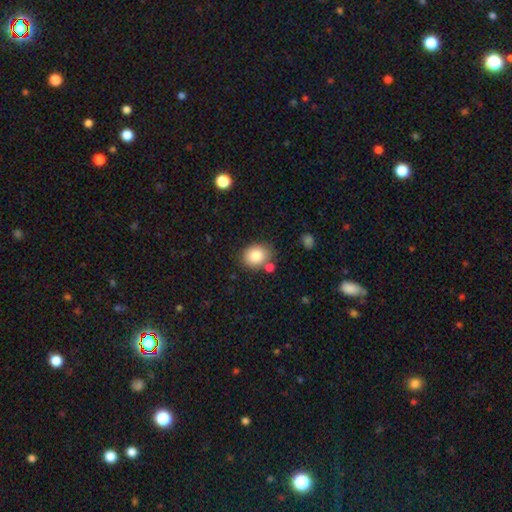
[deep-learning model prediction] smooth_or_featured: smooth (p=0.84) [alt: star or artifact p=0.09]
how_rounded: round (p=0.58) [alt: in between p=0.41]
merging: none (p=0.72) [alt: minor disturbance p=0.13]